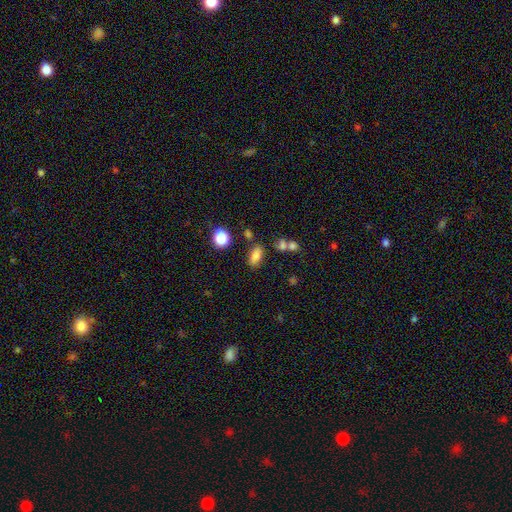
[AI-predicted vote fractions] This is likely a smooth galaxy (78%). How rounded: clearly in between (83%). Merging: likely none (72%).